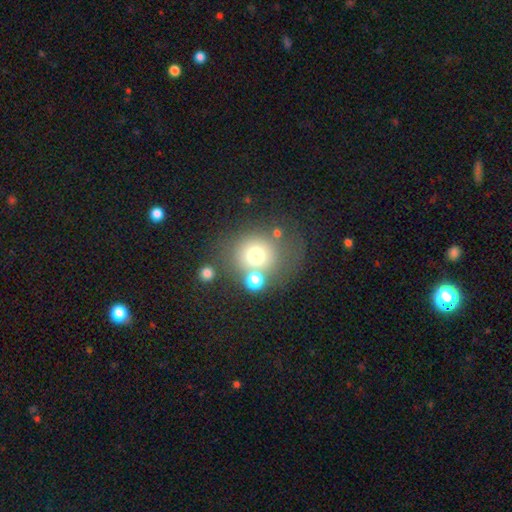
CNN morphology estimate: Overall: smooth (69%). How rounded: round (87%). Merging: none (59%).